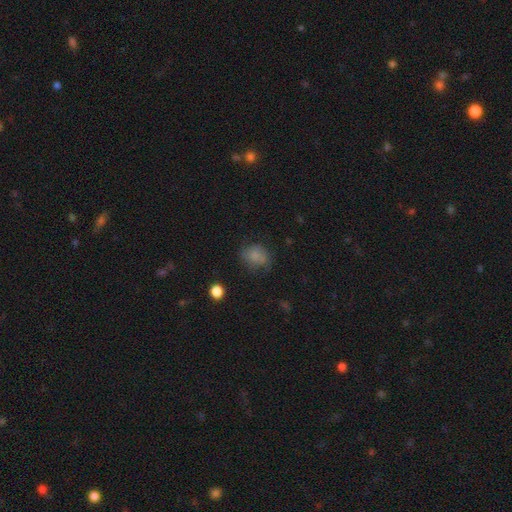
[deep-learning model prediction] Morphology: type=smooth (78%); roundness=round (53%); merging=none (63%).